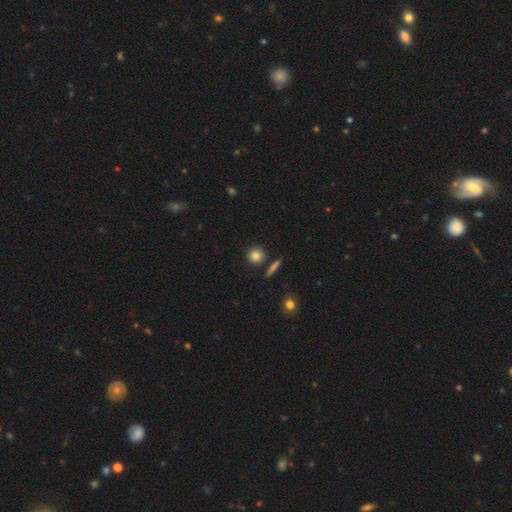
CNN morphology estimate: Smooth or featured? Predicted: smooth (p=0.83). How rounded? Predicted: round (p=0.91). Merging? Predicted: none (p=0.85).